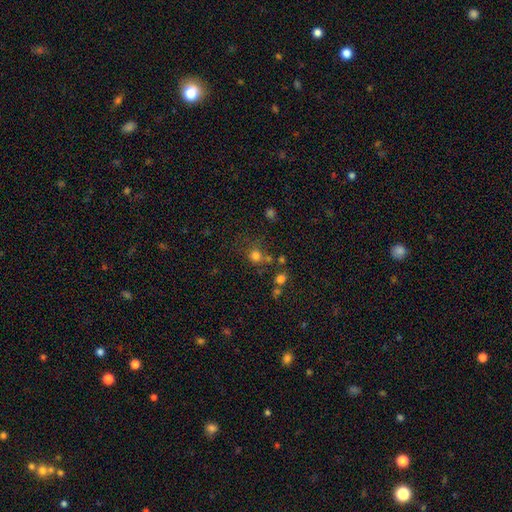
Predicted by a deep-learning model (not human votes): This is likely a smooth galaxy (74%). How rounded: clearly round (86%). Merging: likely none (64%).